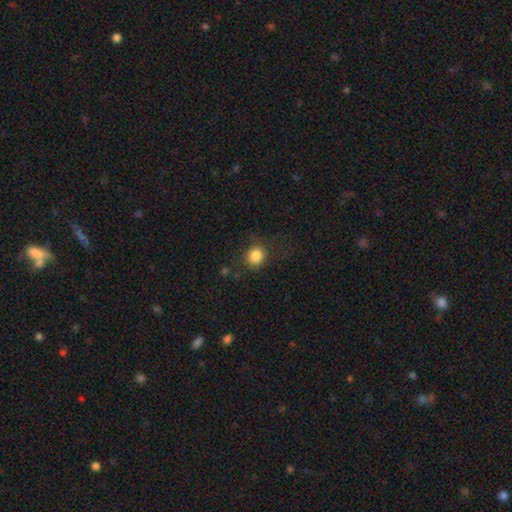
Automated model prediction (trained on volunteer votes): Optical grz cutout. It shows a smooth galaxy with no disk features (84%) that is round (84%). Merging: none (74%).